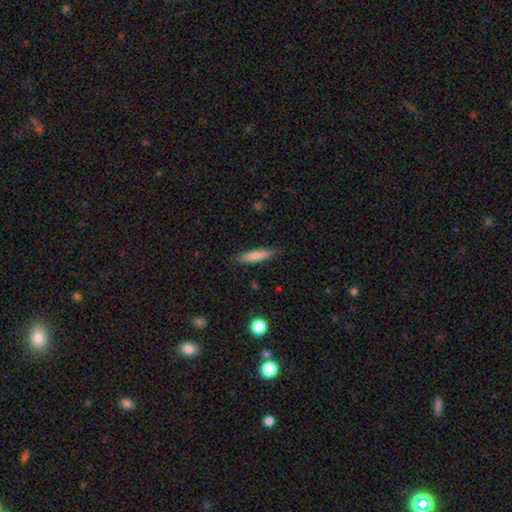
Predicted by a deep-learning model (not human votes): A smooth galaxy with no disk features (78%) that is cigar-shaped (83%).

Vote fractions:
- Smooth or featured? smooth: 78% / featured or disk: 16% / star or artifact: 6%
- How rounded? cigar-shaped: 83% / in between: 16% / round: 1%
- Merging? none: 85% / minor disturbance: 11% / major disturbance: 2% / merger: 1%